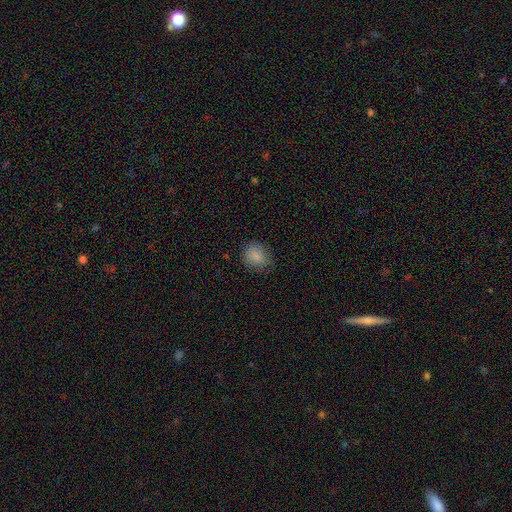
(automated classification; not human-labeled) smooth 85%, star or artifact 9%, featured or disk 7%. Down the decision tree: how rounded — round (63%); merging — none (77%).